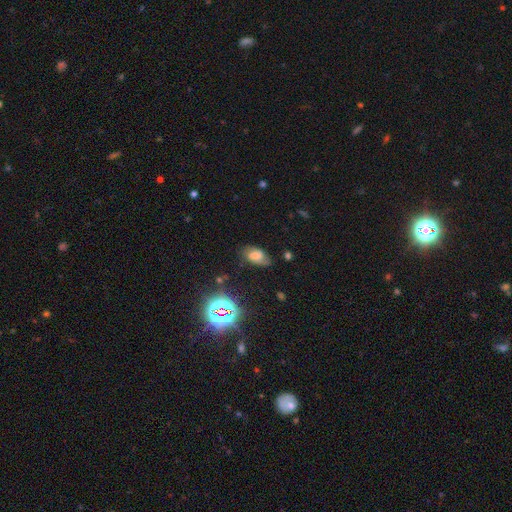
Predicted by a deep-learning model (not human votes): smooth-or-featured: smooth: 48% | featured or disk: 32% | star or artifact: 19%
  merging: none: 60% | minor disturbance: 28% | major disturbance: 10% | merger: 3%